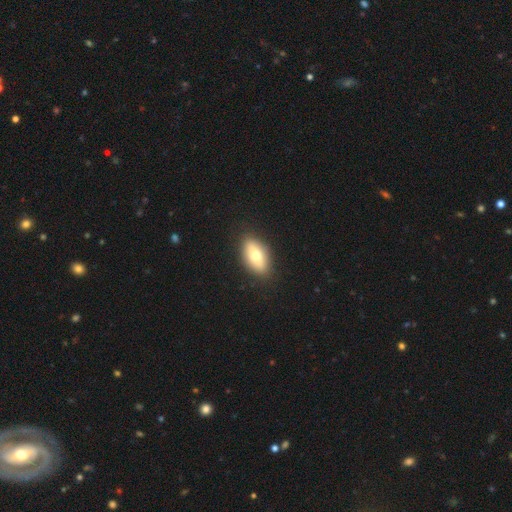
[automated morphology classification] Smooth or featured: smooth — 69% (featured or disk — 24%)
How rounded: in between — 88% (cigar-shaped — 7%)
Merging: none — 89% (minor disturbance — 8%)